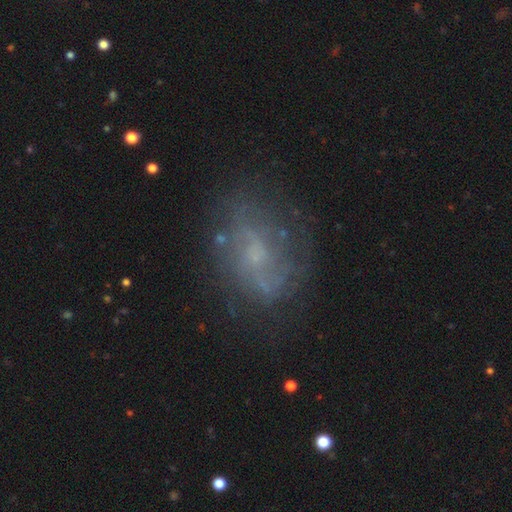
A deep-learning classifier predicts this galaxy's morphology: A featured or disk galaxy (58%) with no bar (66%), spiral arms (63%) and a small central bulge (50%).

Vote fractions:
- Smooth or featured? featured or disk: 58% / smooth: 27% / star or artifact: 15%
- Edge-on disk? no: 96% / yes: 4%
- Bar? no: 66% / weak: 29% / strong: 5%
- Spiral arms? yes: 63% / no: 37%
- Bulge size? small: 50% / none: 26% / moderate: 20% / large: 2% / dominant: 1%
- Merging? none: 66% / minor disturbance: 20% / major disturbance: 12% / merger: 3%